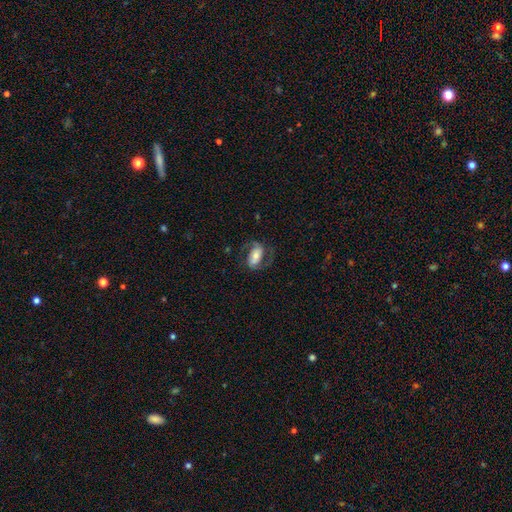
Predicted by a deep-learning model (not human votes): Smooth or featured? Predicted: featured or disk (p=0.64). Edge-on disk? Predicted: no (p=0.95). Bar? Predicted: strong (p=0.41). Spiral arms? Predicted: yes (p=0.86). Spiral winding? Predicted: medium (p=0.50). Spiral arm count? Predicted: 2 (p=0.87). Bulge size? Predicted: moderate (p=0.49). Merging? Predicted: none (p=0.64).